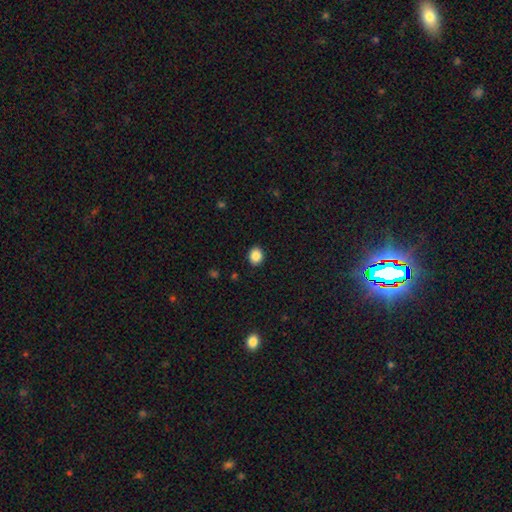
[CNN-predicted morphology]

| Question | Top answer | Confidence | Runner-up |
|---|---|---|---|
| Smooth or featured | smooth | 87% | star or artifact (9%) |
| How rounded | round | 61% | in between (38%) |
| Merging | none | 91% | minor disturbance (6%) |